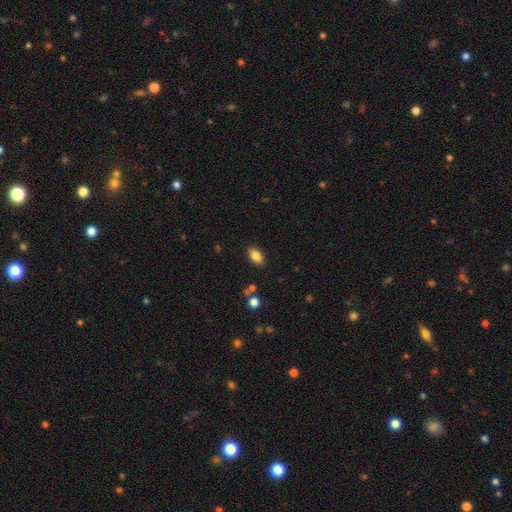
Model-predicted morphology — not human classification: smooth 84%, star or artifact 9%, featured or disk 7%. Down the decision tree: how rounded — in between (91%); merging — none (87%).